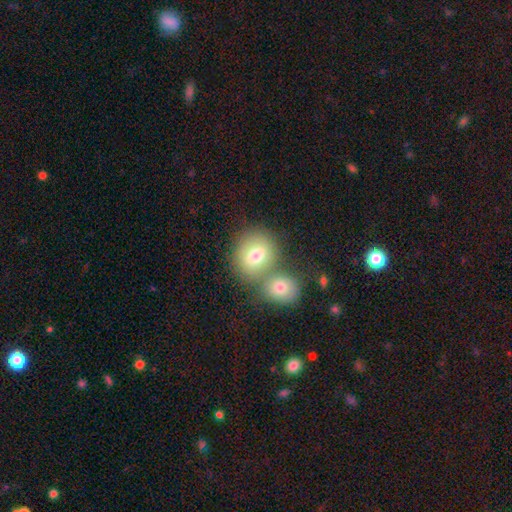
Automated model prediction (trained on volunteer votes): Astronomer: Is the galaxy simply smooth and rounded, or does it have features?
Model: smooth — 73%.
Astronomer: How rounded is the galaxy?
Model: round — 64%.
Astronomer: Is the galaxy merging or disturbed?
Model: none — 45% (runner-up: merger, 42%).